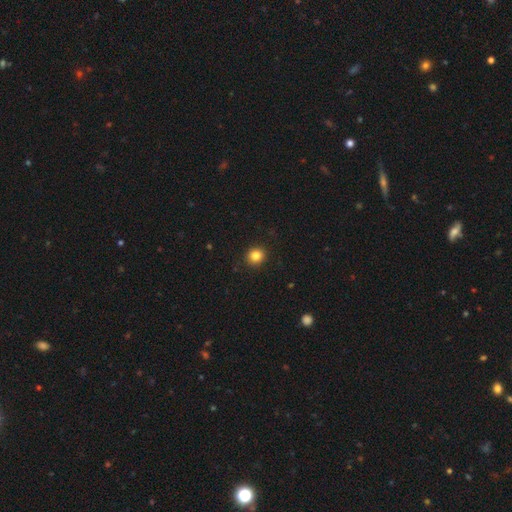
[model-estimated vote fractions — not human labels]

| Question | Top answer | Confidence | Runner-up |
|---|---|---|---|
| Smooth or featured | smooth | 84% | star or artifact (12%) |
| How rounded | round | 91% | in between (8%) |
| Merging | none | 92% | minor disturbance (5%) |